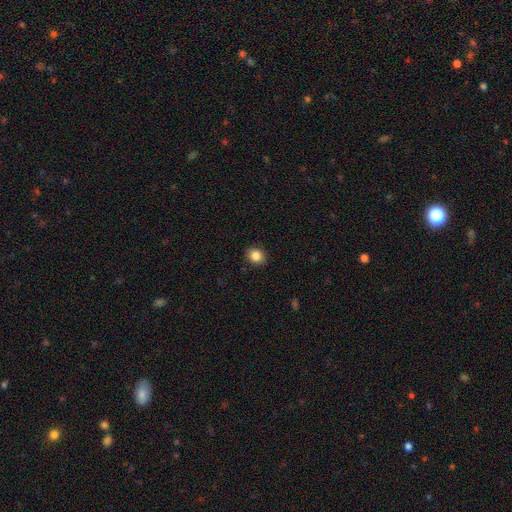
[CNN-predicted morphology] Smooth or featured: smooth — 85% (star or artifact — 10%)
How rounded: round — 78% (in between — 21%)
Merging: none — 91% (minor disturbance — 6%)